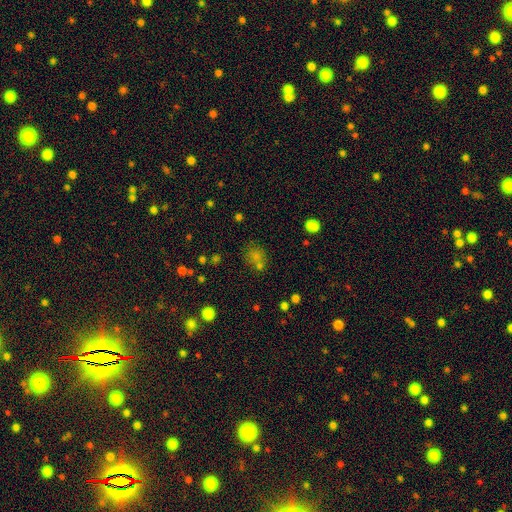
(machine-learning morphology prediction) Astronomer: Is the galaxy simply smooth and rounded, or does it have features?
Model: smooth — 60%.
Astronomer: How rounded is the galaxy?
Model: round — 69%.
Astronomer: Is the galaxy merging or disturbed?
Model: none — 62%.